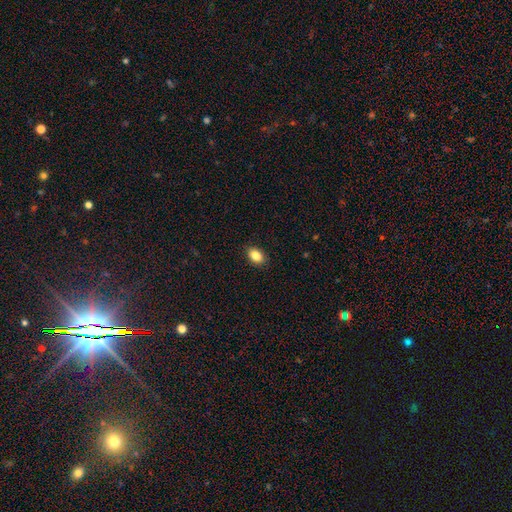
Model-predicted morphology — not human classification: type=smooth (87%); roundness=in between (85%); merging=none (90%).